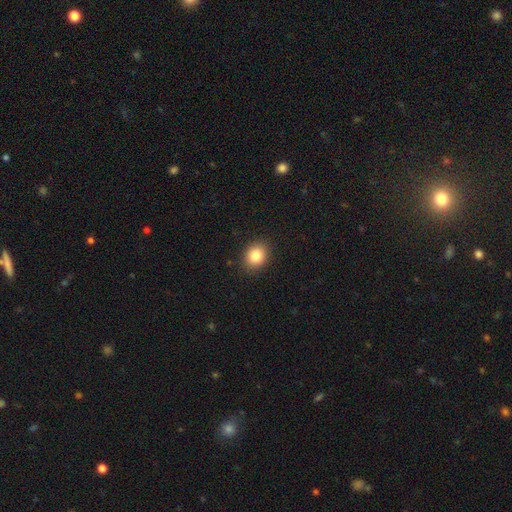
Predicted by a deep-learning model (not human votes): This appears to be a smooth galaxy with no disk features (85%) that is round (55%). Merging: none (89%).